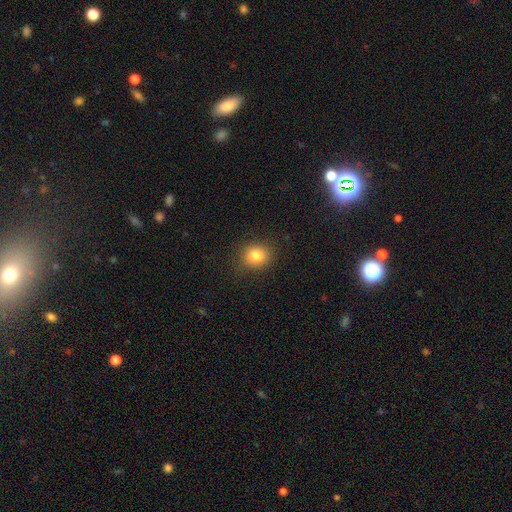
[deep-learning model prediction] smooth_or_featured: smooth (p=0.82) [alt: star or artifact p=0.11]
how_rounded: round (p=0.70) [alt: in between p=0.29]
merging: none (p=0.88) [alt: minor disturbance p=0.08]